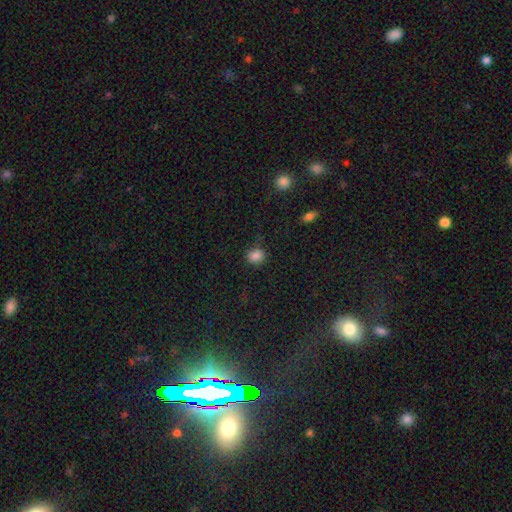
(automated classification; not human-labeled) The model was most divided on "how rounded": round: 71%, in between: 28%, cigar-shaped: 1%. More confident: smooth or featured — smooth (84%); merging — none (82%).